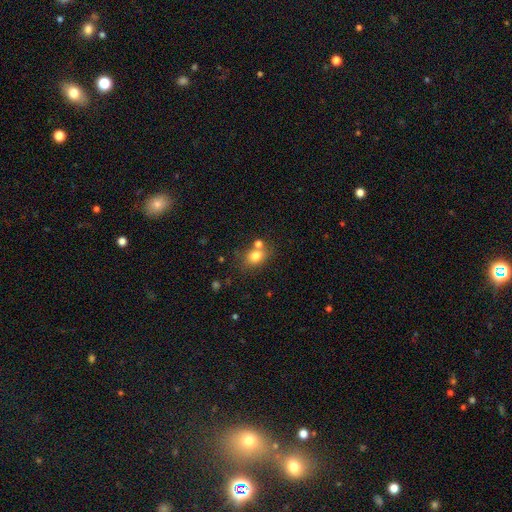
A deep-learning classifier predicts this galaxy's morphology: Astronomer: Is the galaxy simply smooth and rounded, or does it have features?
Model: smooth — 78%.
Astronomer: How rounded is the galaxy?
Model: round — 52% (runner-up: in between, 47%).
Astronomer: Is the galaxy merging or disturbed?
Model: none — 59%.